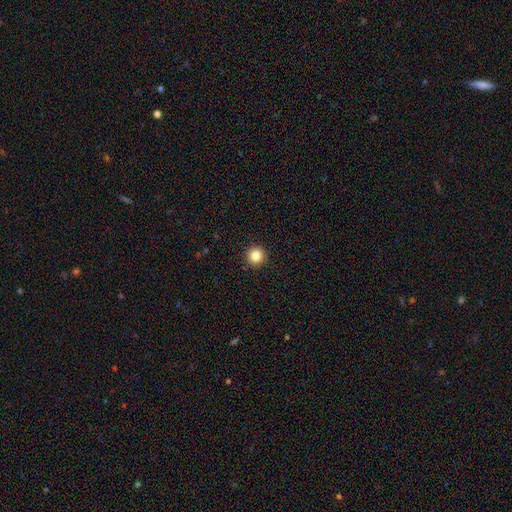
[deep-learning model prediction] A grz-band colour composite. It shows a smooth galaxy with no disk features (85%) that is round (95%). Merging: none (93%).